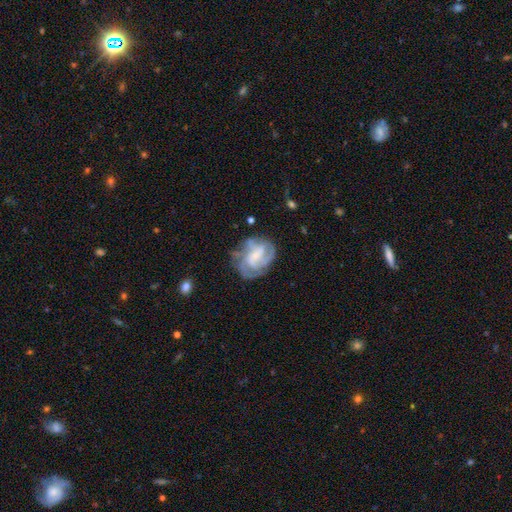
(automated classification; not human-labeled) Smooth or featured? featured or disk (74%)
Edge-on disk? no (98%)
Bar? no (48%)
Spiral arms? yes (86%)
Spiral winding? tight (46%)
Spiral arm count? can't tell (33%)
Bulge size? small (41%)
Merging? none (57%)